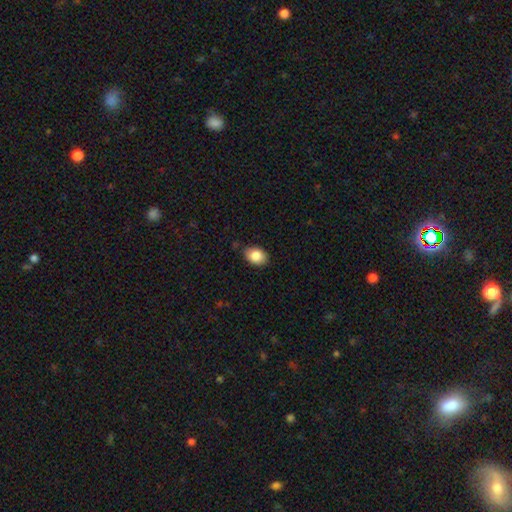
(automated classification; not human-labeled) A smooth galaxy with no disk features (86%) that is in between round and cigar-shaped (81%).

Vote fractions:
- Smooth or featured? smooth: 86% / star or artifact: 8% / featured or disk: 6%
- How rounded? in between: 81% / round: 18% / cigar-shaped: 1%
- Merging? none: 83% / minor disturbance: 14% / major disturbance: 2% / merger: 1%